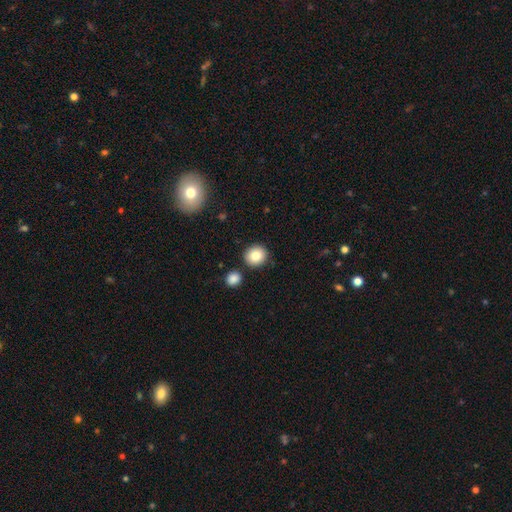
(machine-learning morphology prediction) smooth-or-featured: smooth: 83% | star or artifact: 9% | featured or disk: 8%
  how-rounded: round: 87% | in between: 12% | cigar-shaped: 1%
  merging: none: 86% | minor disturbance: 7% | merger: 5% | major disturbance: 2%